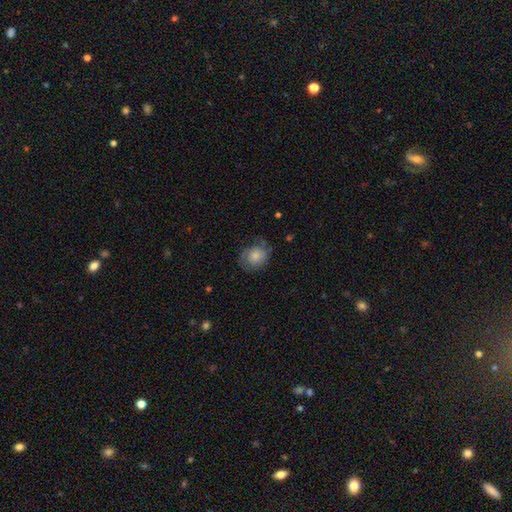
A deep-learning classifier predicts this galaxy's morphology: type=smooth (69%); roundness=round (69%); merging=none (59%).